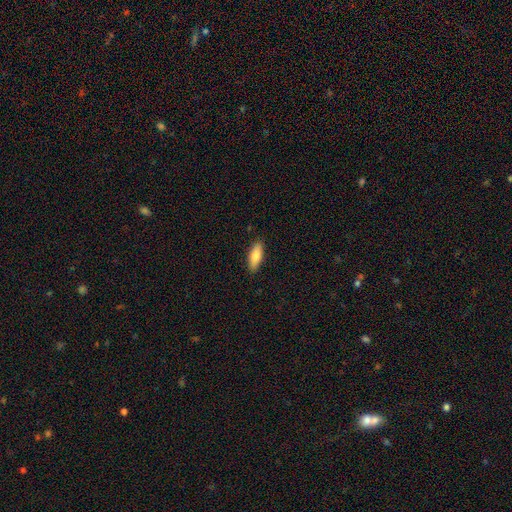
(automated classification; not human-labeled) smooth_or_featured: smooth (p=0.81) [alt: featured or disk p=0.13]
how_rounded: in between (p=0.68) [alt: cigar-shaped p=0.30]
merging: none (p=0.88) [alt: minor disturbance p=0.09]